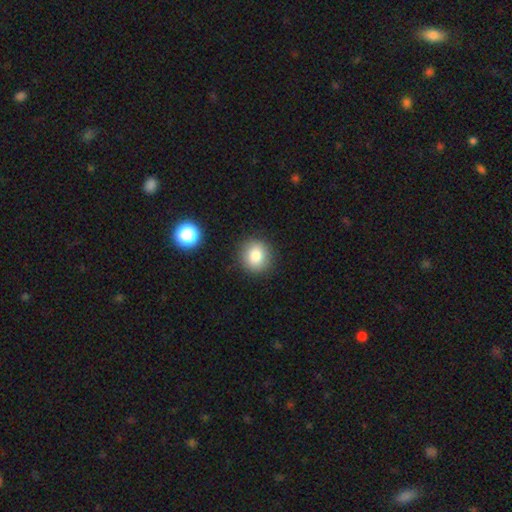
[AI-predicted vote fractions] Smooth or featured? smooth (82%)
How rounded? round (87%)
Merging? none (89%)